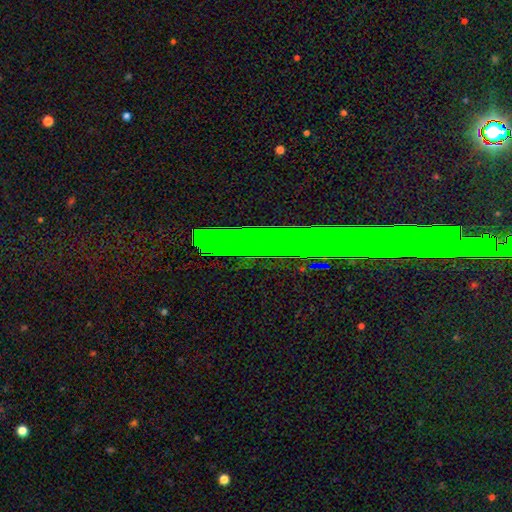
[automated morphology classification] Smooth or featured? Predicted: star or artifact (p=0.58).